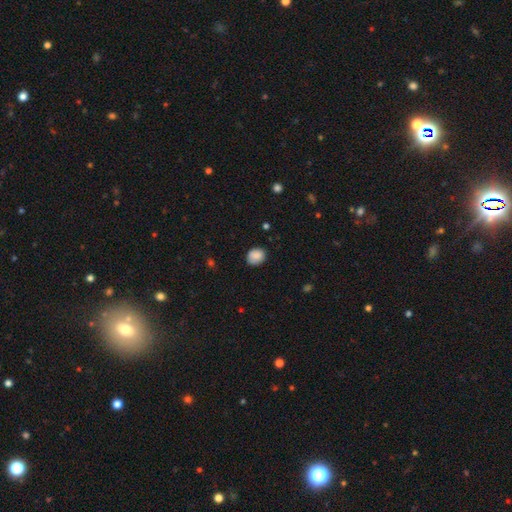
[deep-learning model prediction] This appears to be a smooth galaxy with no disk features (86%) that is round (59%). Merging: none (75%).